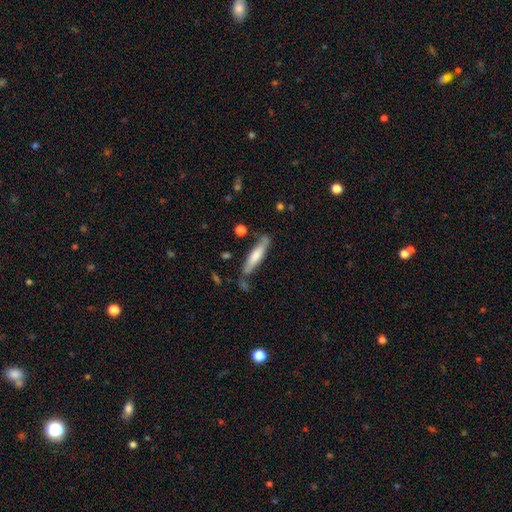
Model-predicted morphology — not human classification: The model was most divided on "smooth or featured": smooth: 65%, featured or disk: 30%, star or artifact: 5%. More confident: how rounded — cigar-shaped (84%); merging — none (75%).